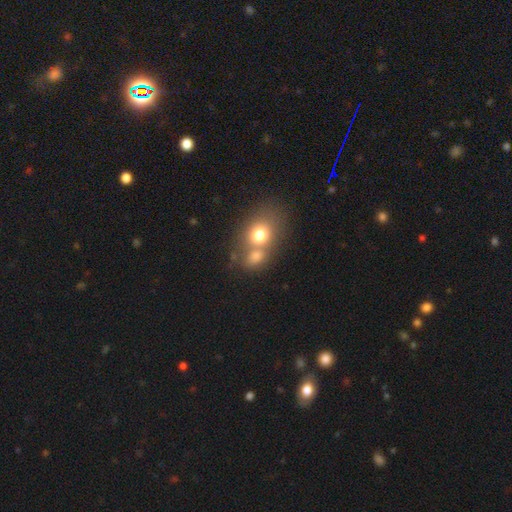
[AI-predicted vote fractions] Q: Smooth or featured?
A: smooth (71%); runner-up: featured or disk (17%)
Q: How rounded?
A: in between (52%); runner-up: round (47%)
Q: Merging?
A: merger (59%); runner-up: none (29%)